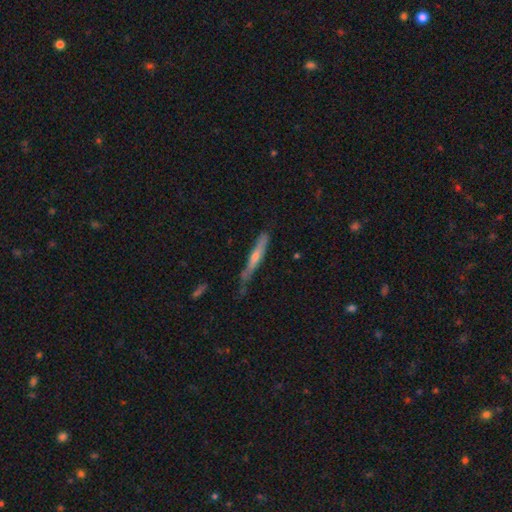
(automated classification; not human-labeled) A featured or disk galaxy (61%) viewed edge-on (91%) with a rounded central bulge (69%).

Vote fractions:
- Smooth or featured? featured or disk: 61% / smooth: 31% / star or artifact: 8%
- Edge-on disk? yes: 91% / no: 9%
- Edge-on bulge? rounded: 69% / none: 26% / boxy: 5%
- Merging? none: 67% / minor disturbance: 25% / major disturbance: 5% / merger: 3%